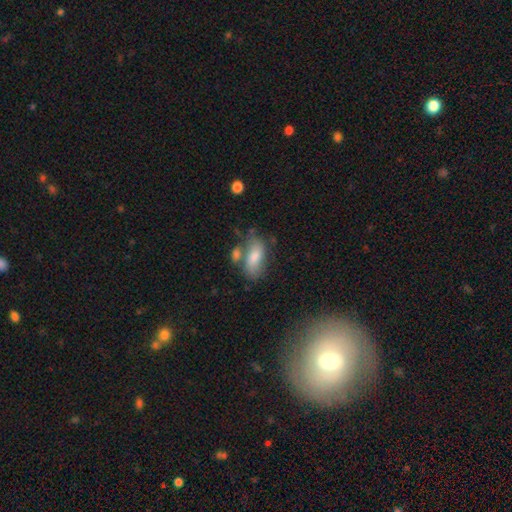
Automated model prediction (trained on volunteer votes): Smooth or featured? smooth (73%)
How rounded? in between (85%)
Merging? none (54%)